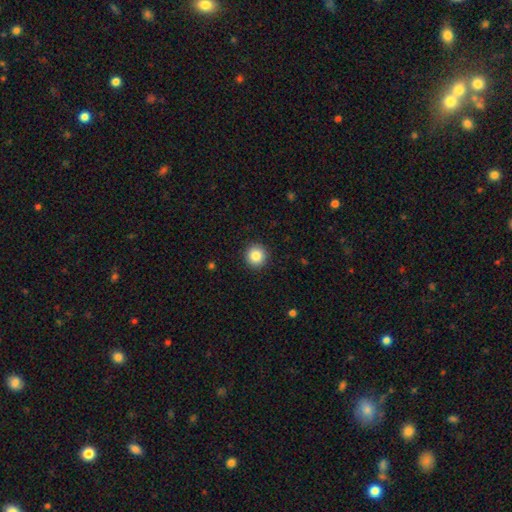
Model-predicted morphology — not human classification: A smooth galaxy with no disk features (86%) that is round (94%).

Vote fractions:
- Smooth or featured? smooth: 86% / star or artifact: 9% / featured or disk: 5%
- How rounded? round: 94% / in between: 5% / cigar-shaped: 1%
- Merging? none: 92% / minor disturbance: 5% / major disturbance: 2% / merger: 1%